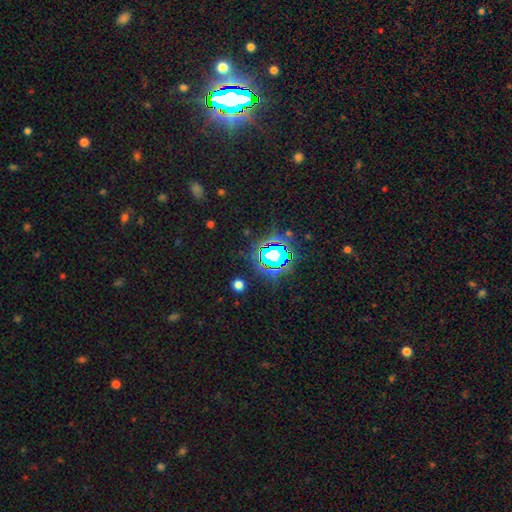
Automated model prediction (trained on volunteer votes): Smooth or featured? Predicted: star or artifact (p=0.81).